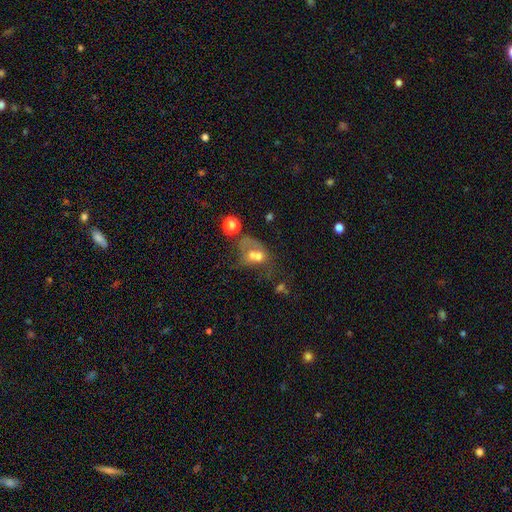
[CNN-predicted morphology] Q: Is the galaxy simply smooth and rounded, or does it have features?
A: smooth — 47%.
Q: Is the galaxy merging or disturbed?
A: merger — 59%.